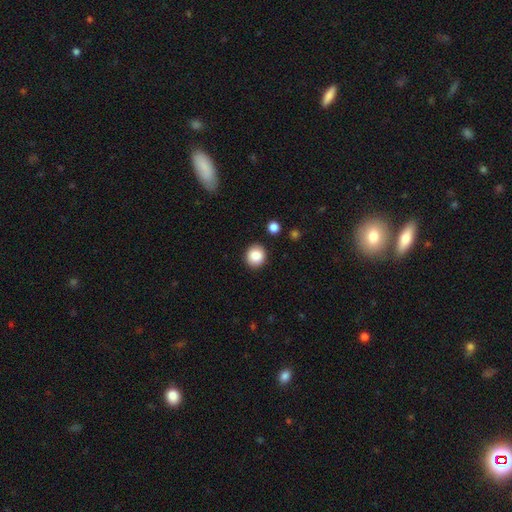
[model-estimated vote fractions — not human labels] Morphology: type=smooth (87%); roundness=round (85%); merging=none (89%).